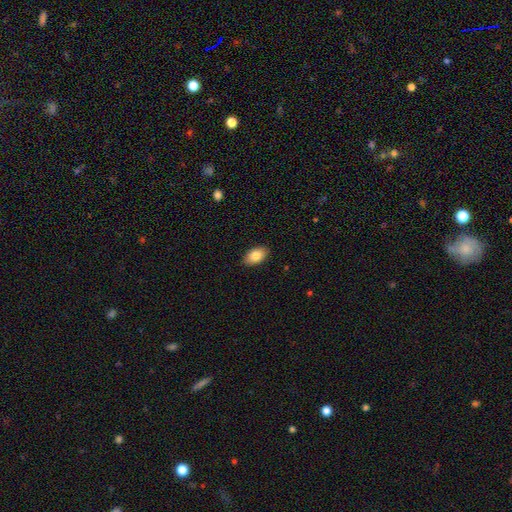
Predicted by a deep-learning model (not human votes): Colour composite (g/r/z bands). It shows a smooth galaxy with no disk features (84%) that is in between round and cigar-shaped (93%). Merging: none (89%).